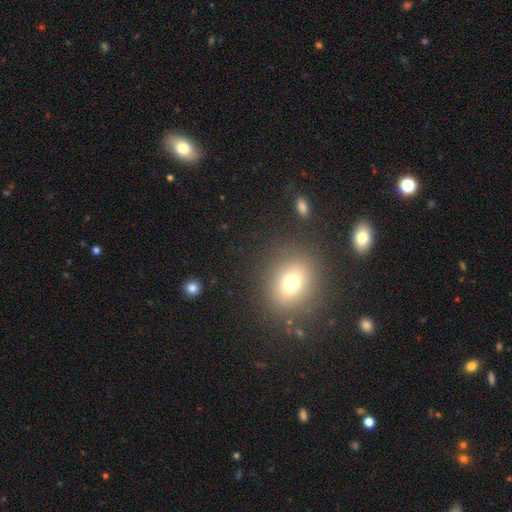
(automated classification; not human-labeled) smooth-or-featured: smooth: 64% | star or artifact: 22% | featured or disk: 14%
  how-rounded: round: 59% | in between: 39% | cigar-shaped: 2%
  merging: none: 84% | minor disturbance: 9% | major disturbance: 4% | merger: 3%